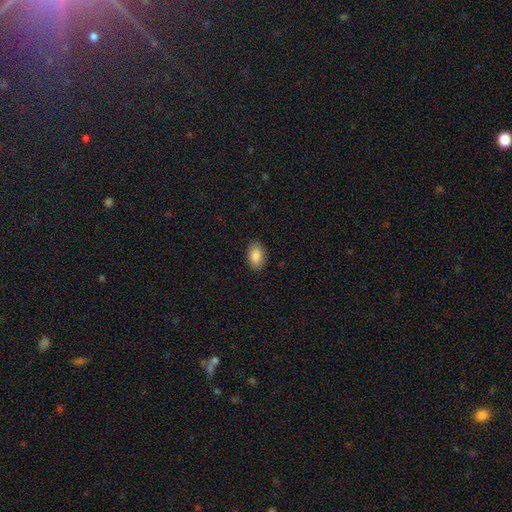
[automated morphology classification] type=smooth (87%); roundness=in between (92%); merging=none (89%).